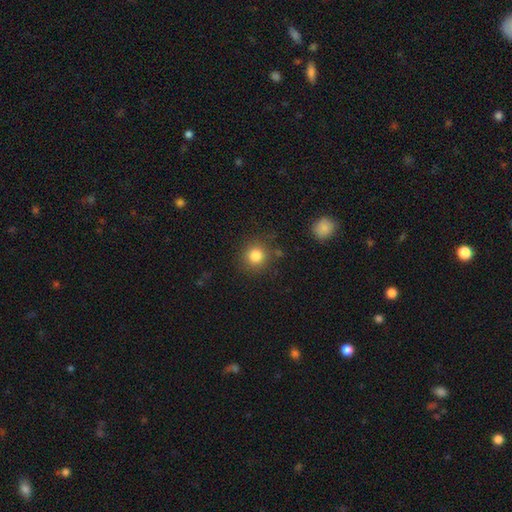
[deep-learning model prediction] Smooth or featured?
  - smooth: 83% *
  - star or artifact: 11%
  - featured or disk: 6%
How rounded?
  - round: 91% *
  - in between: 8%
  - cigar-shaped: 1%
Merging?
  - none: 85% *
  - minor disturbance: 9%
  - major disturbance: 3%
  - merger: 3%